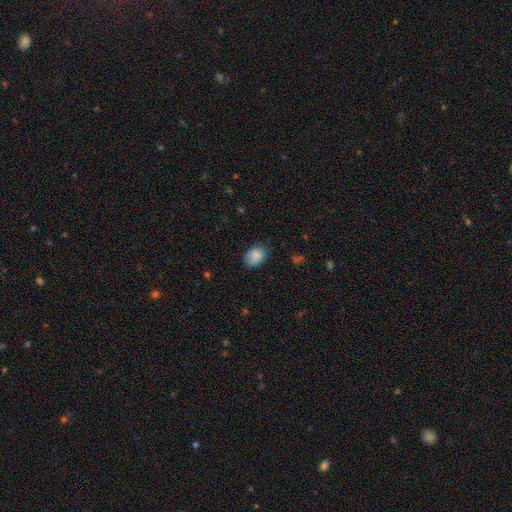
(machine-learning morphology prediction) The model was most divided on "how rounded": in between: 71%, round: 28%, cigar-shaped: 1%. More confident: smooth or featured — smooth (86%); merging — none (74%).